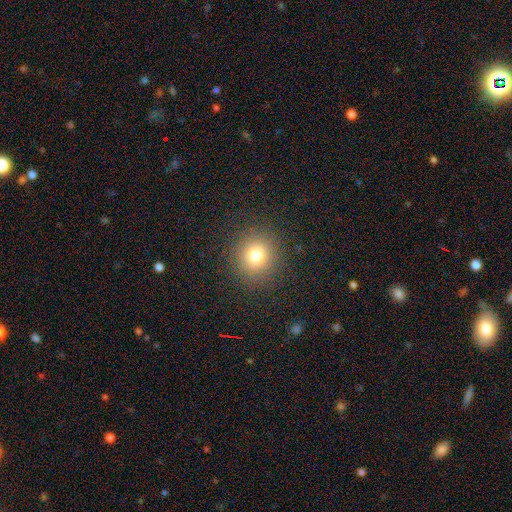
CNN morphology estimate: Q: Smooth or featured?
A: smooth (75%); runner-up: star or artifact (16%)
Q: How rounded?
A: round (91%); runner-up: in between (8%)
Q: Merging?
A: none (89%); runner-up: minor disturbance (7%)